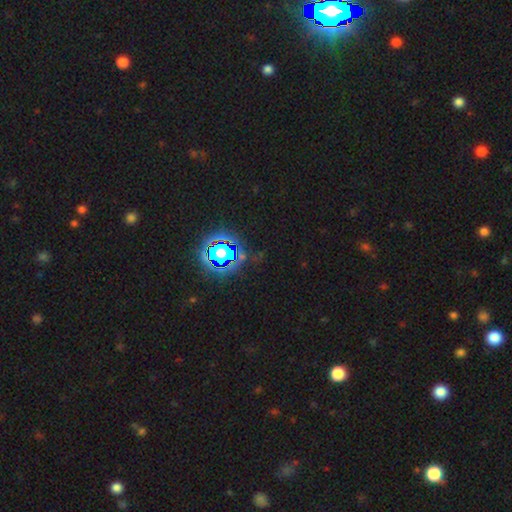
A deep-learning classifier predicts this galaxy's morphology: This is likely a star or artifact rather than a galaxy (78%).